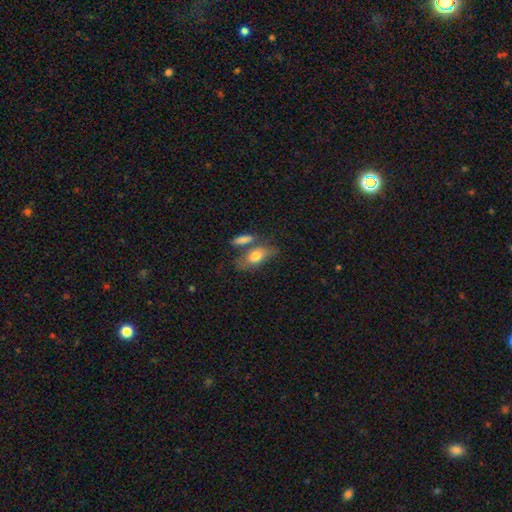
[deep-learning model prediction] smooth_or_featured: smooth (p=0.74) [alt: featured or disk p=0.19]
how_rounded: in between (p=0.83) [alt: cigar-shaped p=0.11]
merging: none (p=0.50) [alt: merger p=0.28]